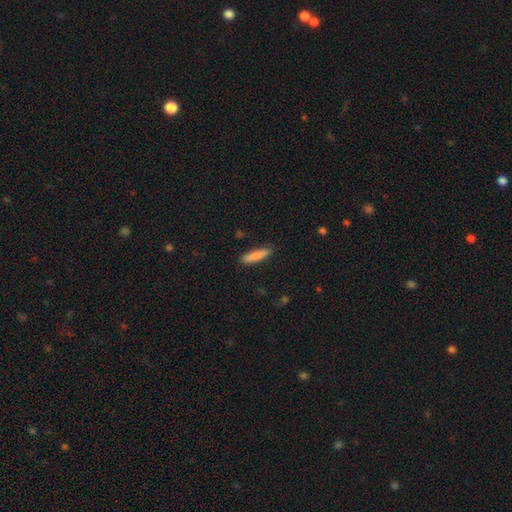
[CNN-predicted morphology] The model was most divided on "how rounded": cigar-shaped: 76%, in between: 23%, round: 2%. More confident: merging — none (88%); smooth or featured — smooth (85%).